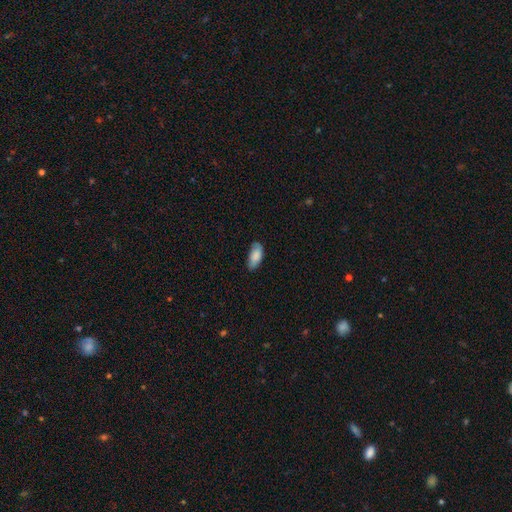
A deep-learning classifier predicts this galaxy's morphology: A smooth galaxy with no disk features (83%) that is in between round and cigar-shaped (90%). Merging: none (65%).